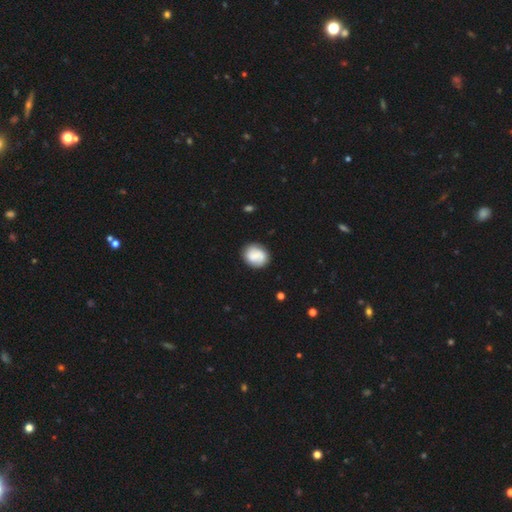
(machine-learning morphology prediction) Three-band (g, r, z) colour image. It shows a smooth galaxy with no disk features (68%) that is round (62%). Merging: none (79%).